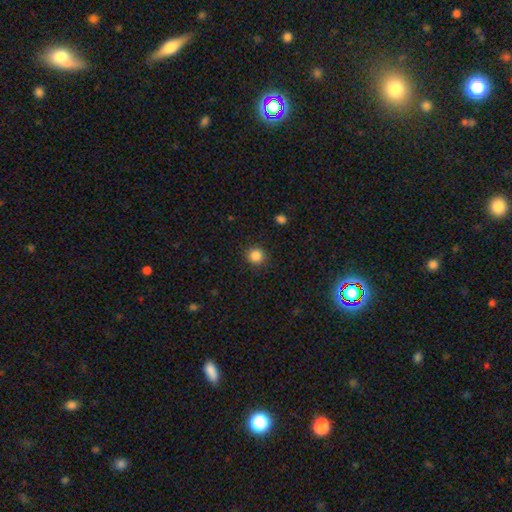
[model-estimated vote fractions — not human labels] Morphology: type=smooth (85%); roundness=round (93%); merging=none (90%).